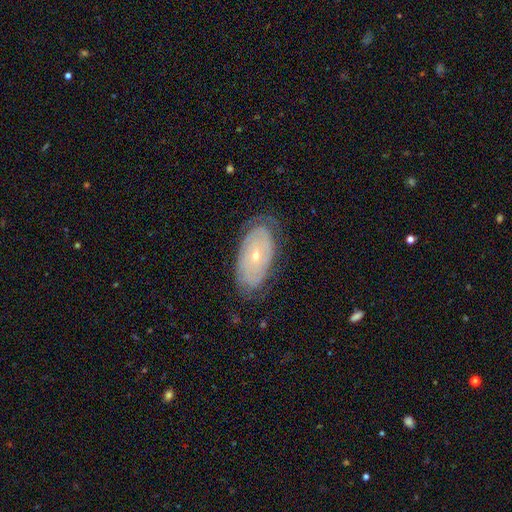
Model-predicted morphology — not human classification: type=featured or disk (68%); edge-on=no (92%); bar=no (83%); spiral arms=yes (74%); bulge=small (69%); merging=none (74%).